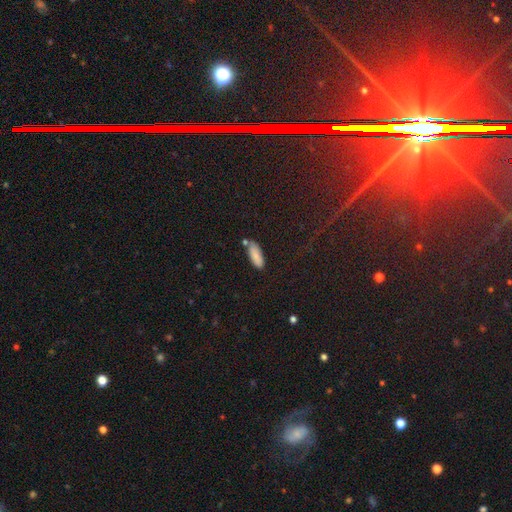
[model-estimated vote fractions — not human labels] A smooth galaxy with no disk features (84%) that is in between round and cigar-shaped (72%).

Vote fractions:
- Smooth or featured? smooth: 84% / star or artifact: 8% / featured or disk: 8%
- How rounded? in between: 72% / cigar-shaped: 26% / round: 2%
- Merging? none: 70% / minor disturbance: 17% / merger: 9% / major disturbance: 4%